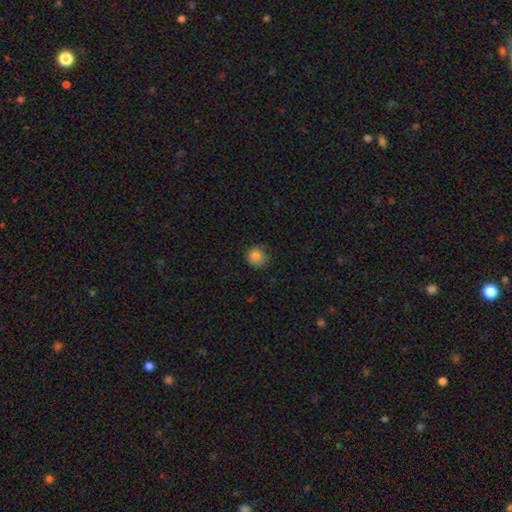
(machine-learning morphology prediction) type=smooth (84%); roundness=round (90%); merging=none (79%).